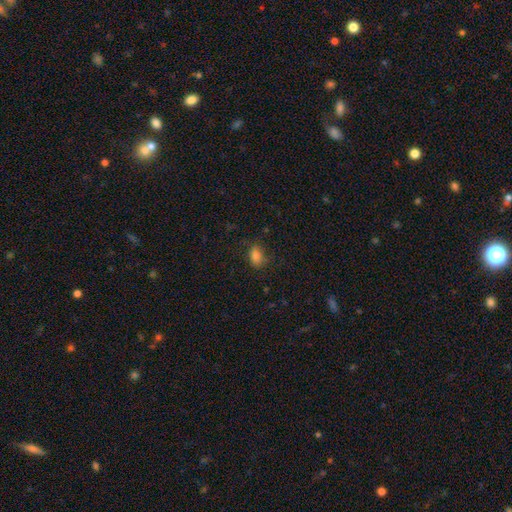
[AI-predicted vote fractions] A smooth galaxy with no disk features (80%) that is in between round and cigar-shaped (83%).

Vote fractions:
- Smooth or featured? smooth: 80% / star or artifact: 14% / featured or disk: 6%
- How rounded? in between: 83% / round: 14% / cigar-shaped: 3%
- Merging? none: 72% / minor disturbance: 19% / major disturbance: 7% / merger: 2%